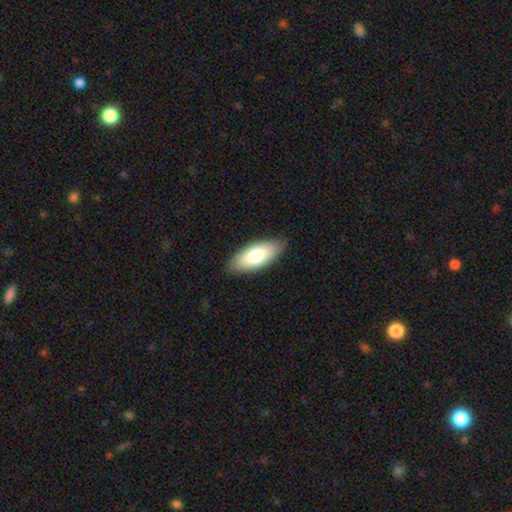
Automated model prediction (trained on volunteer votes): Smooth or featured?
  - smooth: 77% *
  - featured or disk: 17%
  - star or artifact: 6%
How rounded?
  - in between: 86% *
  - cigar-shaped: 12%
  - round: 2%
Merging?
  - none: 85% *
  - minor disturbance: 12%
  - major disturbance: 2%
  - merger: 1%